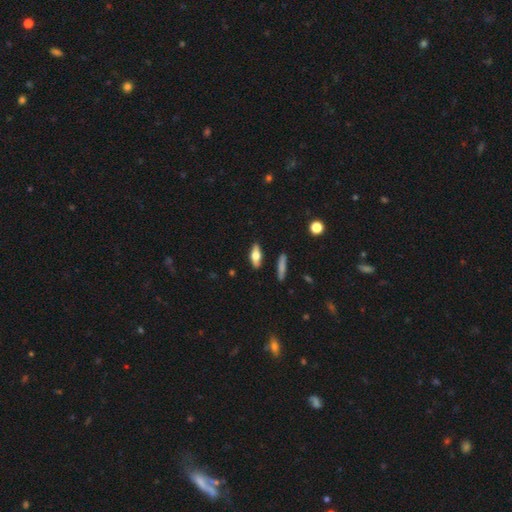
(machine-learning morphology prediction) This is possibly a smooth galaxy (56%). How rounded: likely in between (60%). Merging: clearly none (85%).